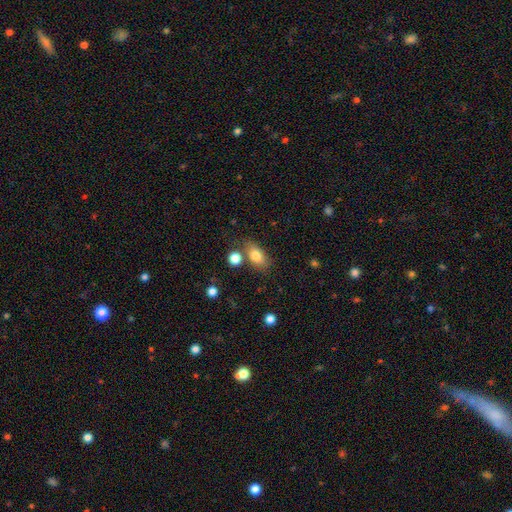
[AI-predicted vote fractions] Smooth or featured?
  - smooth: 80% *
  - featured or disk: 11%
  - star or artifact: 9%
How rounded?
  - in between: 83% *
  - round: 12%
  - cigar-shaped: 5%
Merging?
  - none: 67% *
  - minor disturbance: 15%
  - merger: 14%
  - major disturbance: 4%